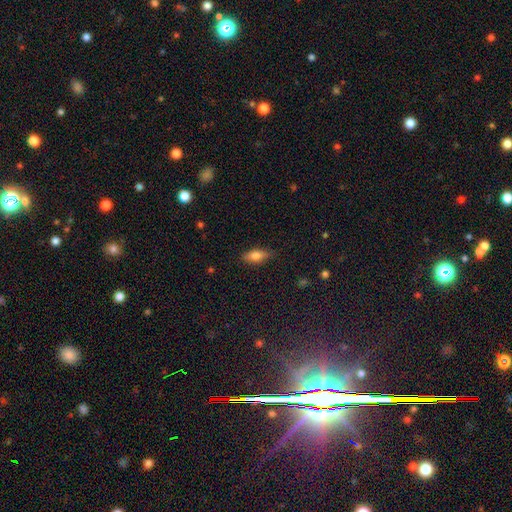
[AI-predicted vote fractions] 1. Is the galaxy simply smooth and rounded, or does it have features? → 69% smooth, 22% featured or disk, 8% star or artifact.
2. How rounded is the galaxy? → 75% in between, 21% cigar-shaped, 4% round.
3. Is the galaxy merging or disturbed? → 82% none, 14% minor disturbance, 3% major disturbance, 1% merger.